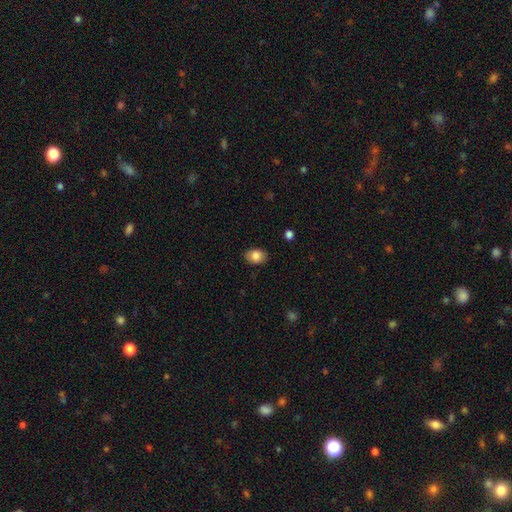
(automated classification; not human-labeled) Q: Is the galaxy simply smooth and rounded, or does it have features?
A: smooth — 85%.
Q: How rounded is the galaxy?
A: in between — 75%.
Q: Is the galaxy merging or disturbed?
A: none — 85%.